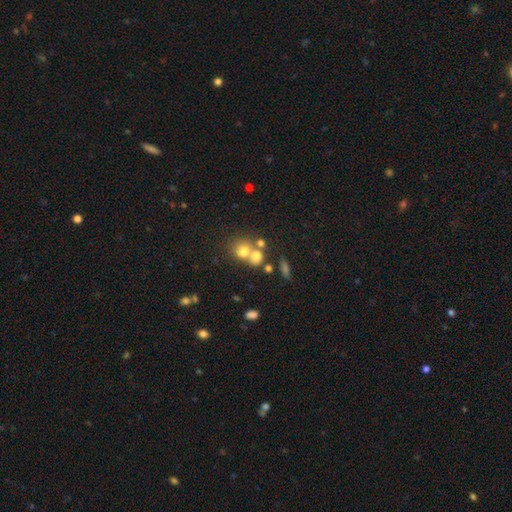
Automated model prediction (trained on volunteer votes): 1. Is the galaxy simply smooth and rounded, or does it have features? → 69% smooth, 17% featured or disk, 14% star or artifact.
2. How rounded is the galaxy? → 74% round, 24% in between, 1% cigar-shaped.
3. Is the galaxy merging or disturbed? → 50% merger, 38% none, 8% minor disturbance, 4% major disturbance.